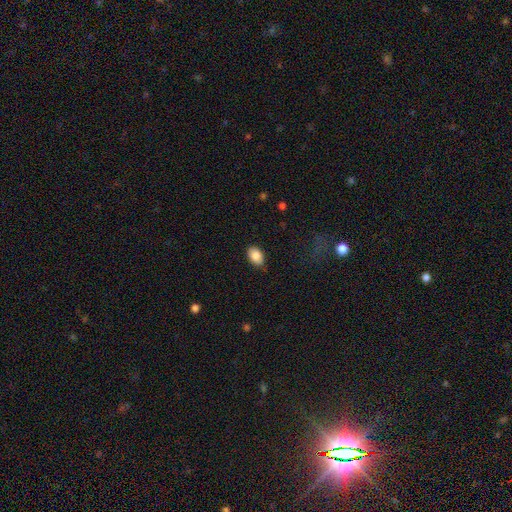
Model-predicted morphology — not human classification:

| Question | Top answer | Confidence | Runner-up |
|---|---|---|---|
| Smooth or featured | smooth | 86% | featured or disk (7%) |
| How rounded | in between | 89% | round (10%) |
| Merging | none | 81% | minor disturbance (15%) |